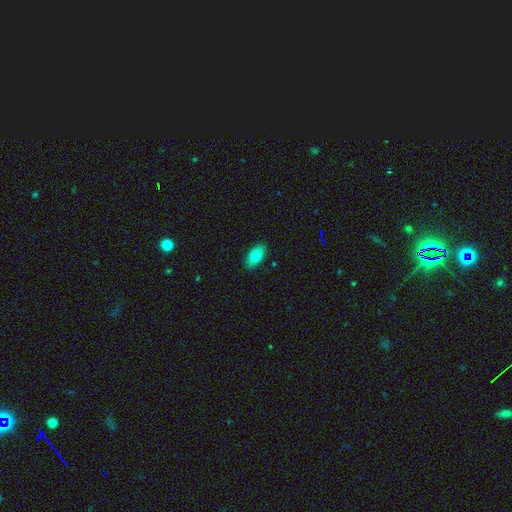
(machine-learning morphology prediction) This appears to be a smooth galaxy with no disk features (79%) that is in between round and cigar-shaped (91%). Merging: none (89%).